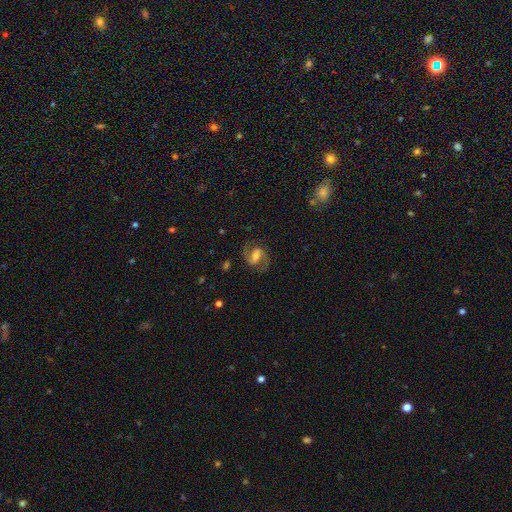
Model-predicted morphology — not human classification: This appears to be a featured or disk galaxy (84%) with a weak bar (45%), 2 (93%) medium (61%) spiral arms (97%) and a moderate central bulge (45%). Merging: none (80%).